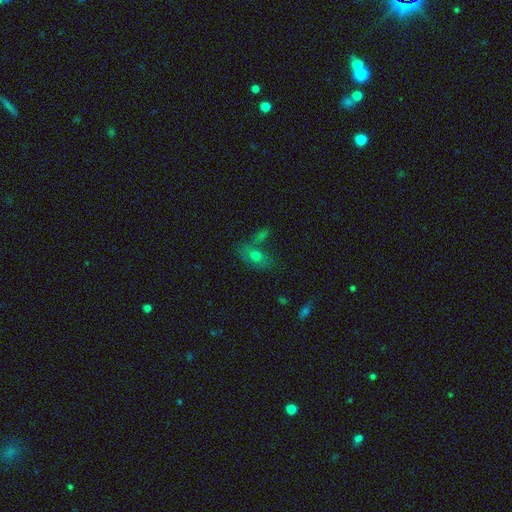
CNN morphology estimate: This is likely a smooth galaxy (67%). How rounded: likely in between (80%). Merging: possibly none (47%).